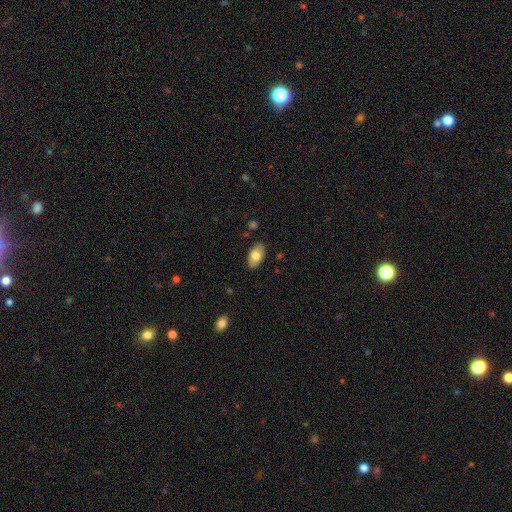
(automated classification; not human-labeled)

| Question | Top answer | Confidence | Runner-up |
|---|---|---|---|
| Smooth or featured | smooth | 74% | featured or disk (20%) |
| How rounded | in between | 94% | round (4%) |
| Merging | none | 86% | minor disturbance (11%) |